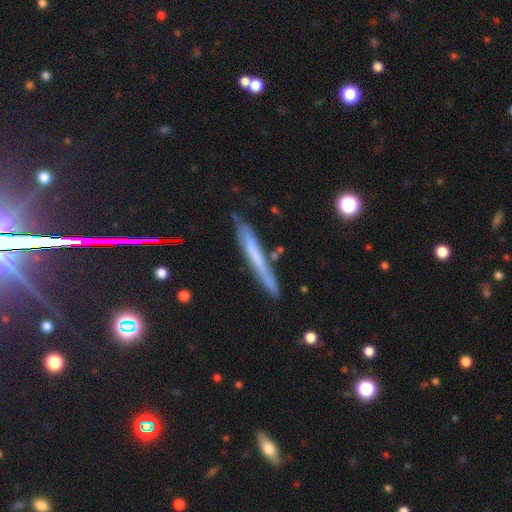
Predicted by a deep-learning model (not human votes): Overall: smooth (48%; featured or disk 42%). Merging: none (76%).